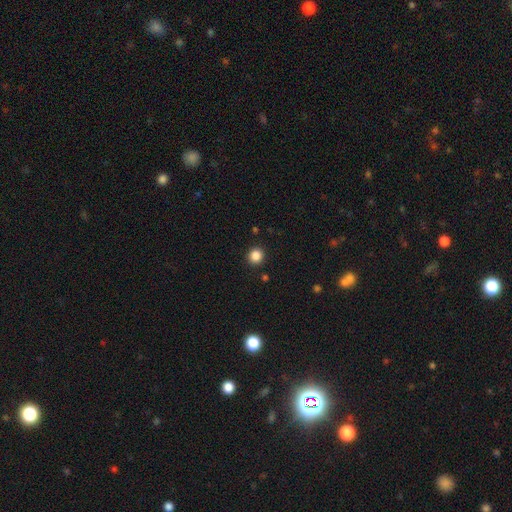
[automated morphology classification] Q: Smooth or featured?
A: smooth (86%); runner-up: star or artifact (11%)
Q: How rounded?
A: round (92%); runner-up: in between (7%)
Q: Merging?
A: none (92%); runner-up: minor disturbance (5%)